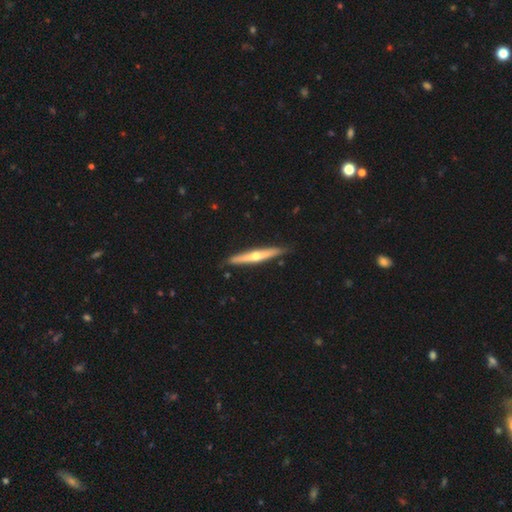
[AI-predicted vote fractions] smooth_or_featured: featured or disk (p=0.64) [alt: smooth p=0.31]
disk_edge_on: yes (p=0.96) [alt: no p=0.04]
edge_on_bulge: rounded (p=0.87) [alt: none p=0.11]
merging: none (p=0.88) [alt: minor disturbance p=0.09]